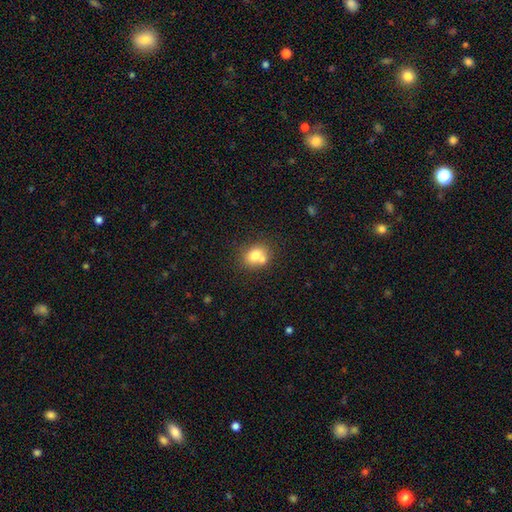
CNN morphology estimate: This is likely a smooth galaxy (73%). How rounded: likely round (64%). Merging: possibly none (49%).